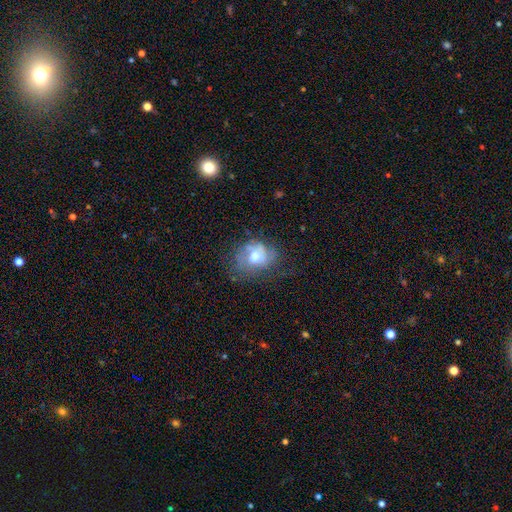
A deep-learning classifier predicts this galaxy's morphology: Overall: smooth (46%; featured or disk 44%). Merging: none (46%; minor disturbance 27%).